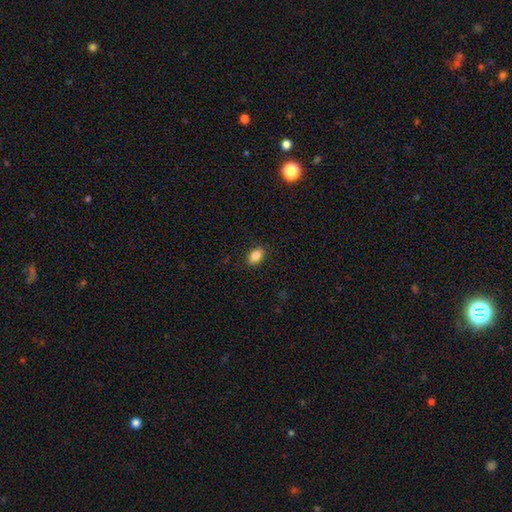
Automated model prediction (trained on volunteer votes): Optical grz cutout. It shows a smooth galaxy with no disk features (85%) that is in between round and cigar-shaped (84%). Merging: none (88%).